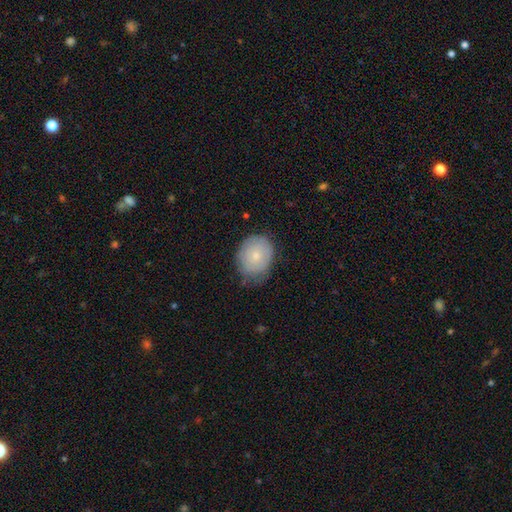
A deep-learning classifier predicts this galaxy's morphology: type=smooth (66%); roundness=round (51%); merging=none (64%).